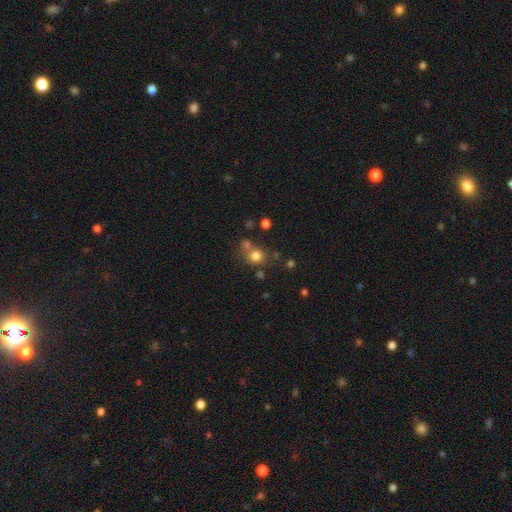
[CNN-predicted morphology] Overall: smooth (77%). How rounded: round (83%). Merging: none (61%; merger 24%).